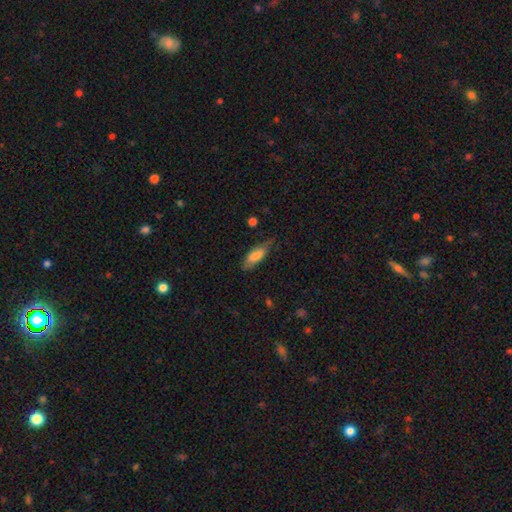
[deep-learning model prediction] This is likely a smooth galaxy (77%). How rounded: likely in between (66%). Merging: possibly none (59%).